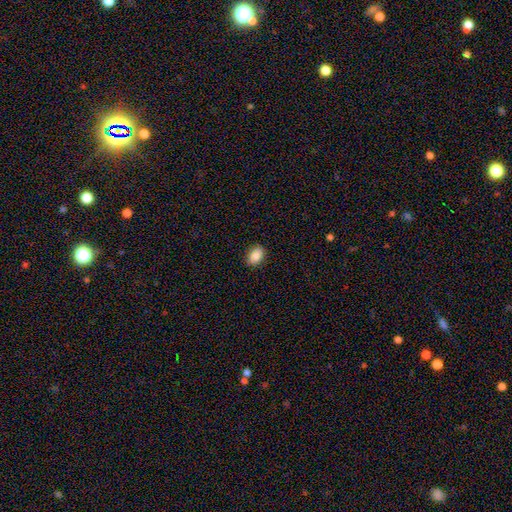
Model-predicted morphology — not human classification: Smooth or featured? Predicted: smooth (p=0.88). How rounded? Predicted: in between (p=0.82). Merging? Predicted: none (p=0.89).